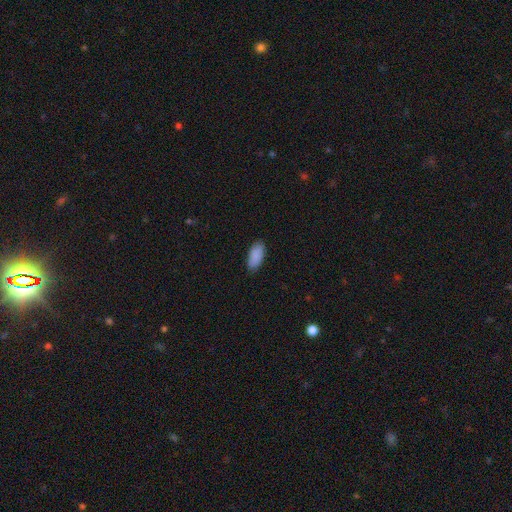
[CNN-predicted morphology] This is clearly a smooth galaxy (90%). How rounded: clearly in between (90%). Merging: clearly none (85%).